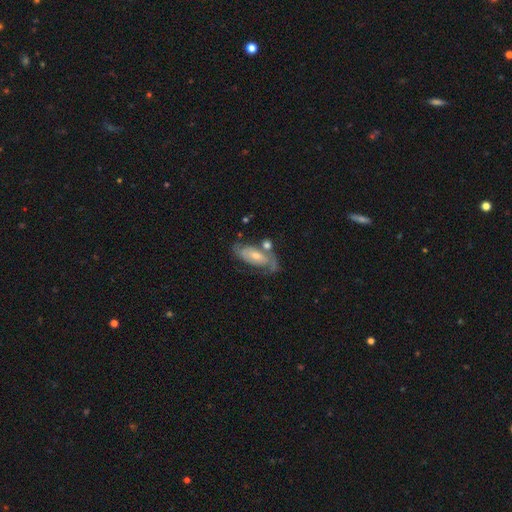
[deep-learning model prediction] Smooth or featured? Predicted: featured or disk (p=0.68). Edge-on disk? Predicted: no (p=0.91). Bar? Predicted: no (p=0.60). Spiral arms? Predicted: yes (p=0.85). Spiral winding? Predicted: tight (p=0.44). Spiral arm count? Predicted: 2 (p=0.69). Bulge size? Predicted: moderate (p=0.47). Merging? Predicted: none (p=0.55).